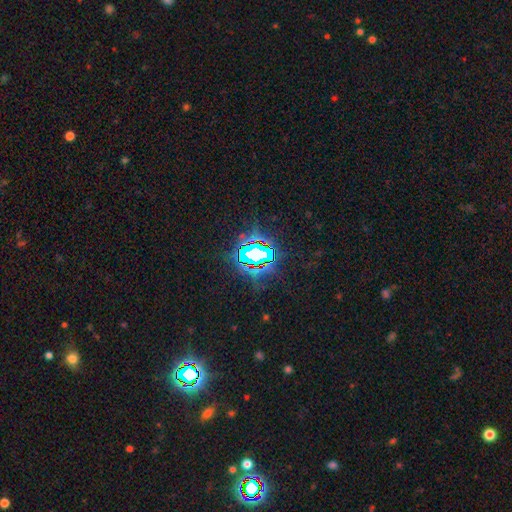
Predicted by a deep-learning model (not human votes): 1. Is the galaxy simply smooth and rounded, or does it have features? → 76% star or artifact, 12% smooth, 12% featured or disk.